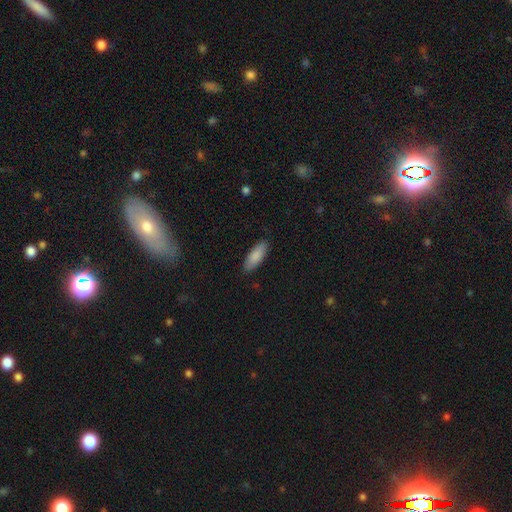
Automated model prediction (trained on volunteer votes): Morphology: type=smooth (88%); roundness=in between (68%); merging=none (88%).